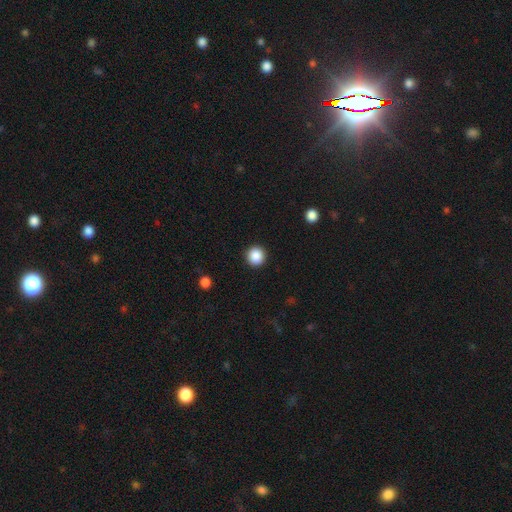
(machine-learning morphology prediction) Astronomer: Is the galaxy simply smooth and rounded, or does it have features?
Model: smooth — 87%.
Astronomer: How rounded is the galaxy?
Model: round — 95%.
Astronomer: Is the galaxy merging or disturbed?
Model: none — 92%.